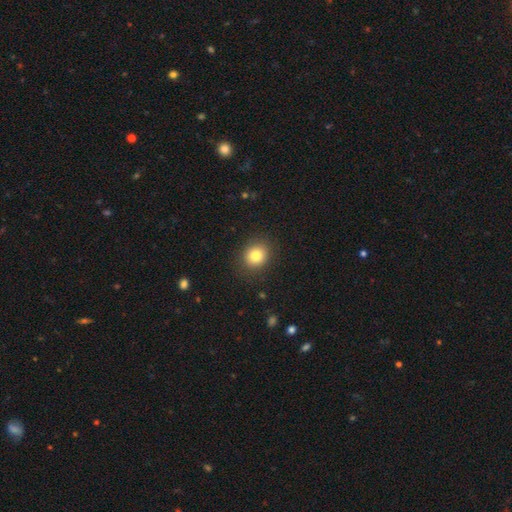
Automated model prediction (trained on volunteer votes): Morphology: type=smooth (80%); roundness=round (73%); merging=none (88%).